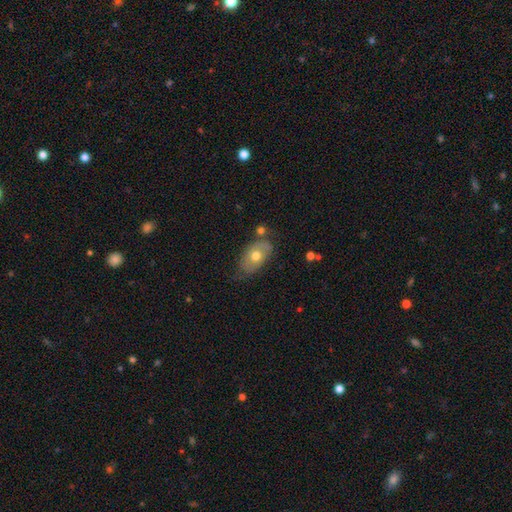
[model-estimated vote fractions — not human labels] Q: Smooth or featured?
A: smooth (58%); runner-up: featured or disk (34%)
Q: How rounded?
A: in between (88%); runner-up: round (9%)
Q: Merging?
A: none (59%); runner-up: minor disturbance (26%)